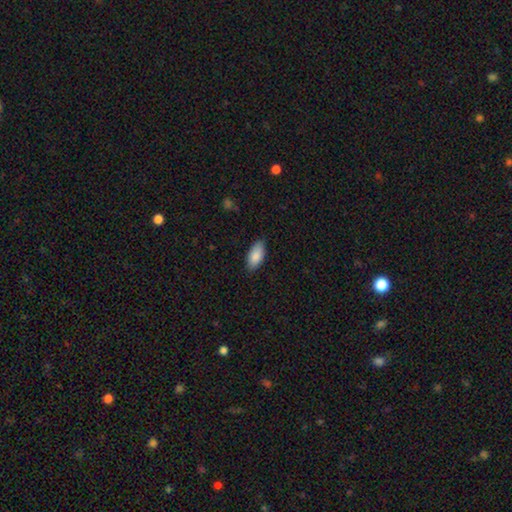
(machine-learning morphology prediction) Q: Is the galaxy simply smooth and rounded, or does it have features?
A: smooth — 88%.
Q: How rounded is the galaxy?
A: in between — 92%.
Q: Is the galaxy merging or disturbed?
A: none — 84%.